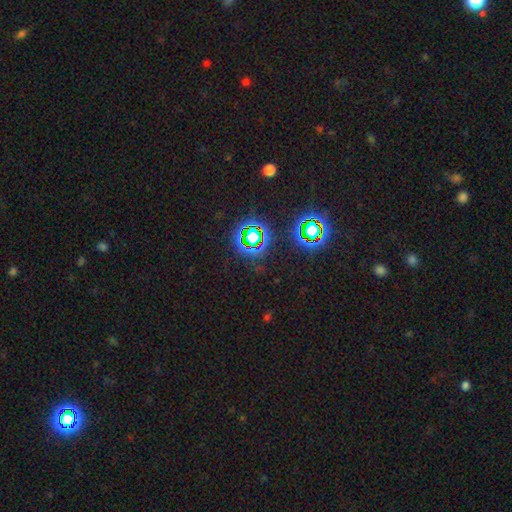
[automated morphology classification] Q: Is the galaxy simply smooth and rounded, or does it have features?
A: star or artifact — 73%.